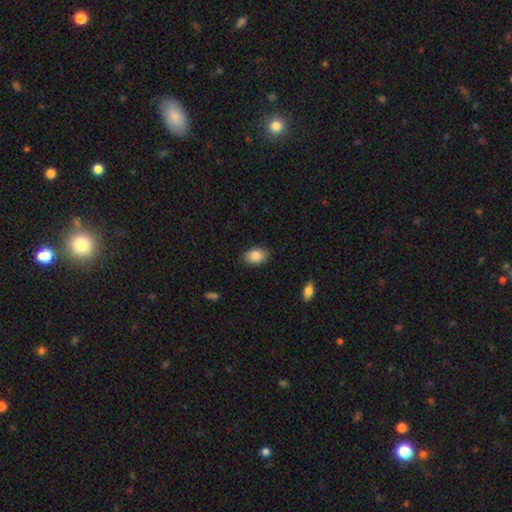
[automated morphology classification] Smooth or featured? smooth (86%)
How rounded? in between (84%)
Merging? none (86%)